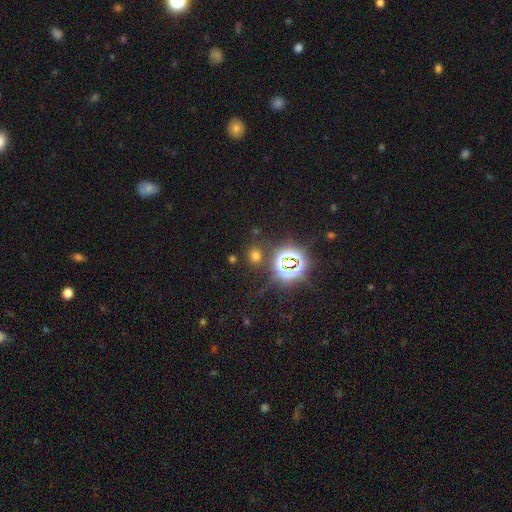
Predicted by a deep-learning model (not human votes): Smooth or featured: smooth — 51% (star or artifact — 42%)
How rounded: round — 76% (in between — 22%)
Merging: none — 83% (minor disturbance — 8%)